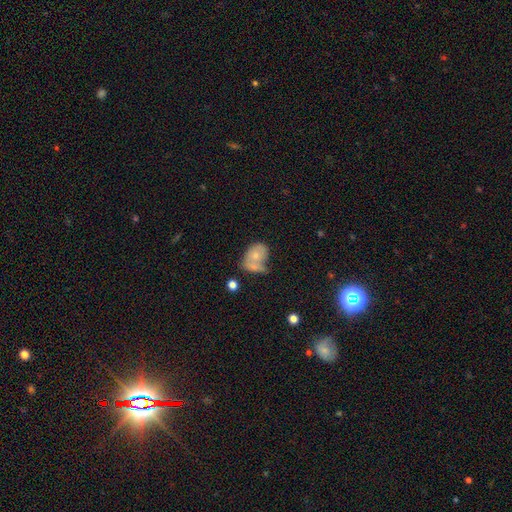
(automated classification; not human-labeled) Smooth or featured?
  - smooth: 67% *
  - featured or disk: 25%
  - star or artifact: 8%
How rounded?
  - in between: 69% *
  - round: 30%
  - cigar-shaped: 1%
Merging?
  - merger: 42% *
  - none: 28%
  - minor disturbance: 18%
  - major disturbance: 12%